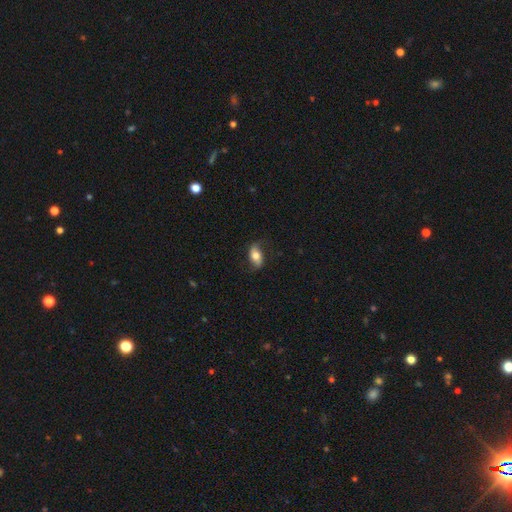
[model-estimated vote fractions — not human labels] This appears to be a smooth galaxy with no disk features (52%) that is in between round and cigar-shaped (86%). Merging: none (73%).